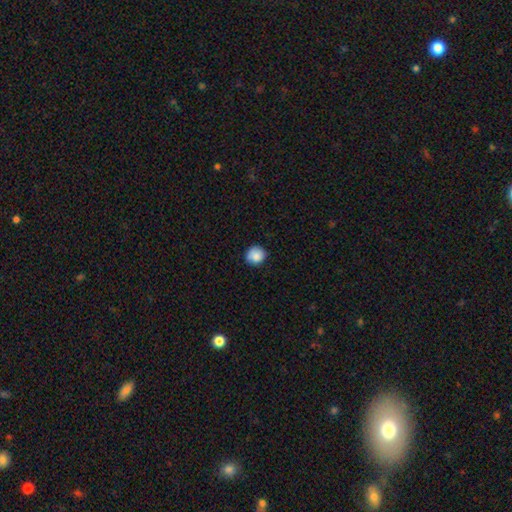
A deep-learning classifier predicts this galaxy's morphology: smooth_or_featured: smooth (p=0.86) [alt: star or artifact p=0.09]
how_rounded: round (p=0.88) [alt: in between p=0.11]
merging: none (p=0.82) [alt: minor disturbance p=0.15]